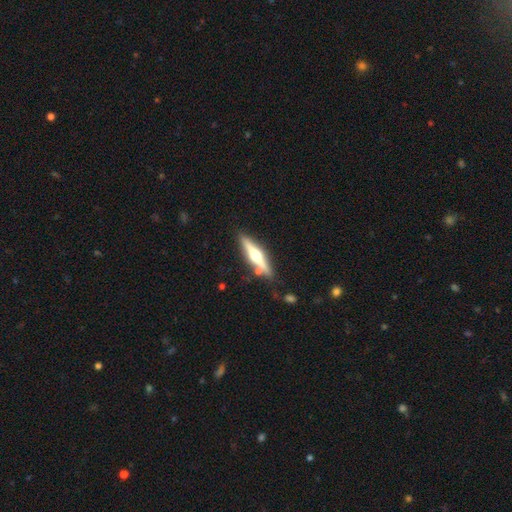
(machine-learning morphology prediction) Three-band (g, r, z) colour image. It shows a featured or disk galaxy (68%) viewed edge-on (96%) with a rounded central bulge (94%). Merging: none (84%).